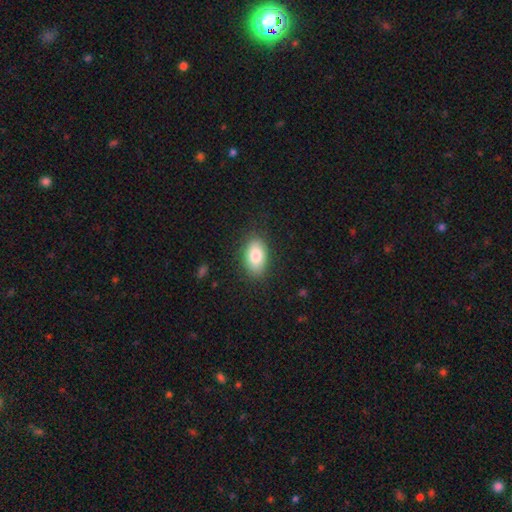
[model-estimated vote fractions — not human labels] smooth_or_featured: smooth (p=0.83) [alt: featured or disk p=0.10]
how_rounded: in between (p=0.92) [alt: round p=0.06]
merging: none (p=0.84) [alt: minor disturbance p=0.11]